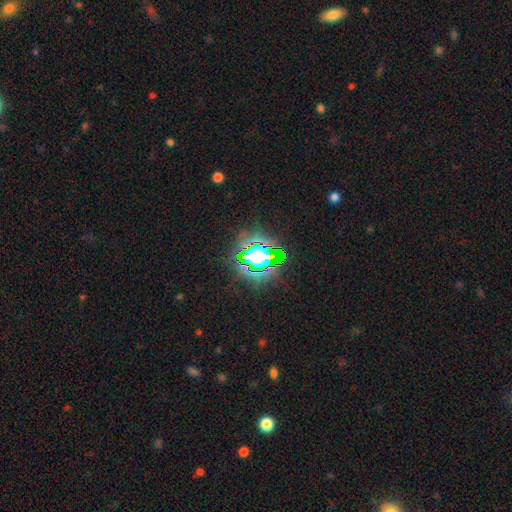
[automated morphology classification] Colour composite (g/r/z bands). It shows a star or artifact, not a galaxy (79%).